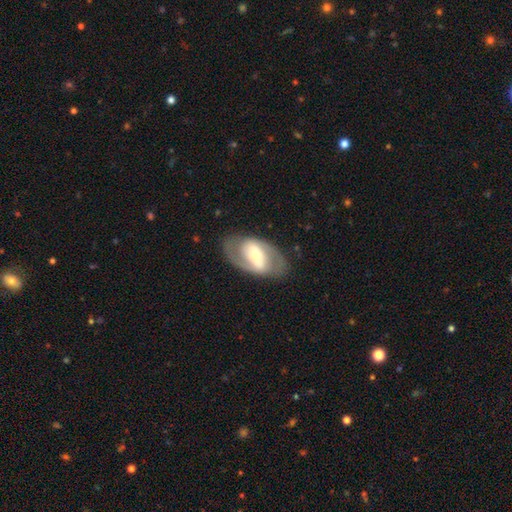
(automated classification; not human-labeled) Morphology: type=featured or disk (74%); edge-on=no (94%); bar=strong (58%); spiral arms=yes (74%); winding=medium (48%); arm count=2 (86%); bulge=moderate (43%); merging=none (78%).